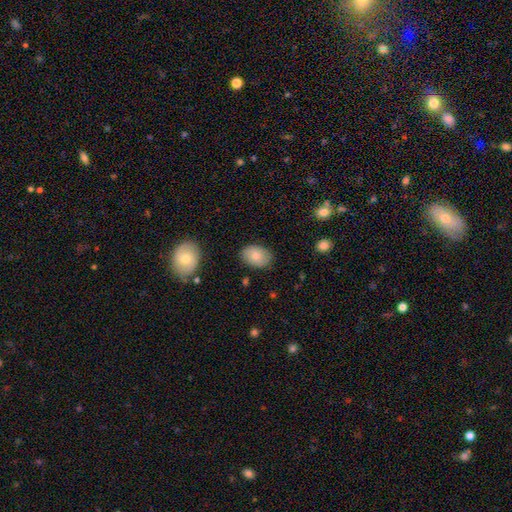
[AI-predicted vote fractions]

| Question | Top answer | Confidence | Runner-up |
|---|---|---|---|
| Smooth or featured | smooth | 79% | featured or disk (14%) |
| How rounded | in between | 80% | round (19%) |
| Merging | none | 83% | minor disturbance (13%) |